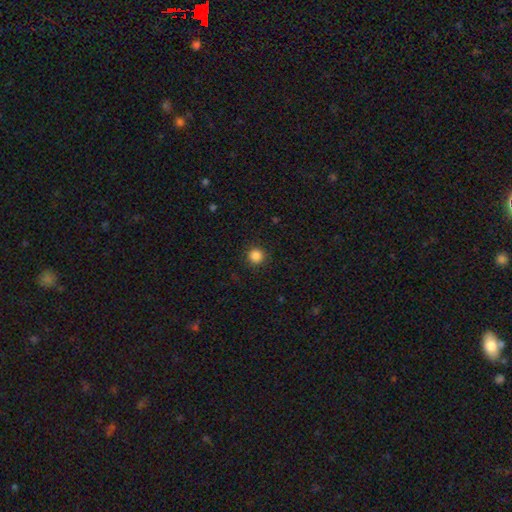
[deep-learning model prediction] smooth_or_featured: smooth (p=0.86) [alt: star or artifact p=0.11]
how_rounded: round (p=0.95) [alt: in between p=0.04]
merging: none (p=0.91) [alt: minor disturbance p=0.06]